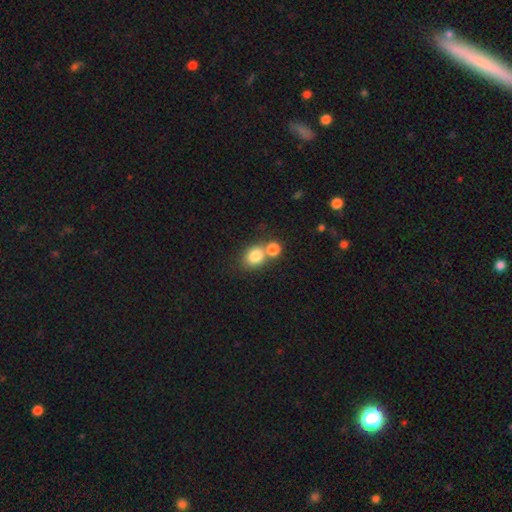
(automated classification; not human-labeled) A smooth galaxy with no disk features (80%) that is round (60%). Merging: none (46%).